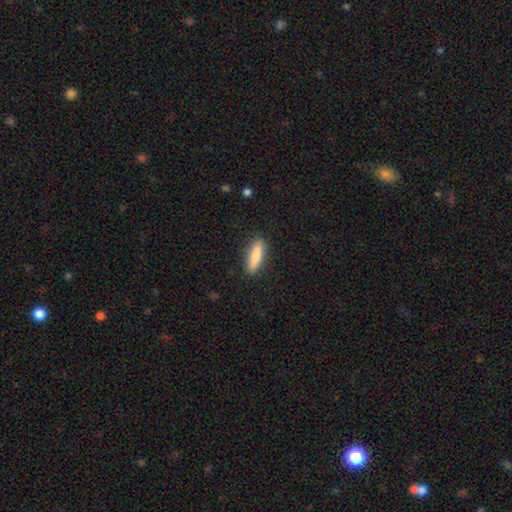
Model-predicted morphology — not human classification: This appears to be a smooth galaxy with no disk features (83%) that is cigar-shaped (62%). Merging: none (88%).